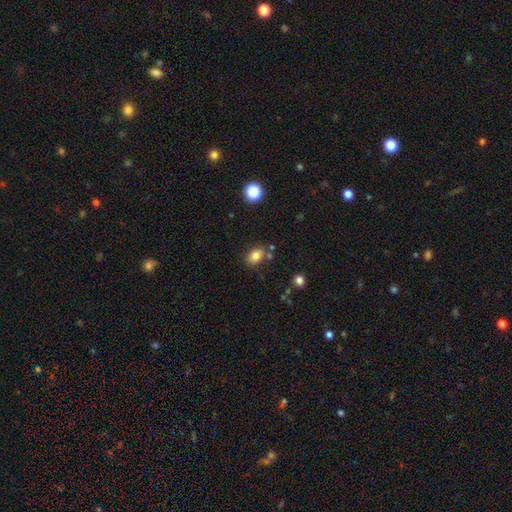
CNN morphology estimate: smooth-or-featured: smooth: 80% | star or artifact: 11% | featured or disk: 9%
  how-rounded: in between: 73% | round: 26% | cigar-shaped: 1%
  merging: none: 75% | minor disturbance: 13% | merger: 9% | major disturbance: 3%